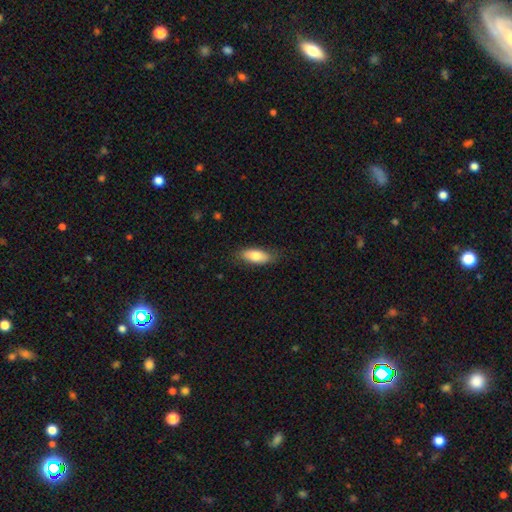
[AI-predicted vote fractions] Smooth or featured? smooth (76%)
How rounded? in between (79%)
Merging? none (81%)